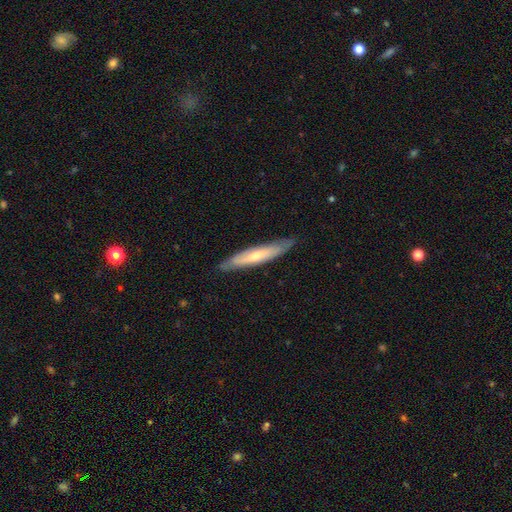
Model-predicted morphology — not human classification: A featured or disk galaxy (47%, tied with smooth). Merging: none (83%).